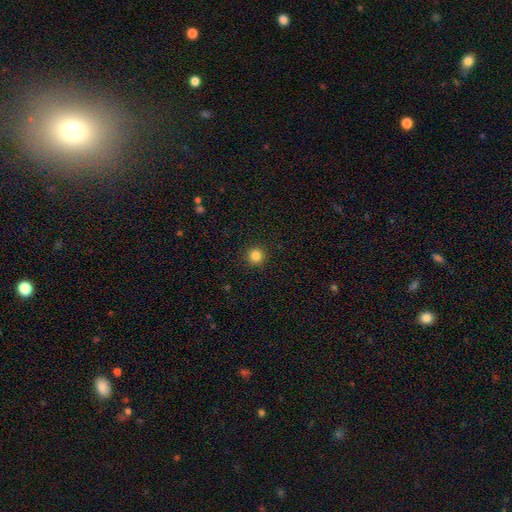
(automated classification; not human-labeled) Smooth or featured: smooth — 84% (star or artifact — 12%)
How rounded: round — 95% (in between — 4%)
Merging: none — 92% (minor disturbance — 5%)